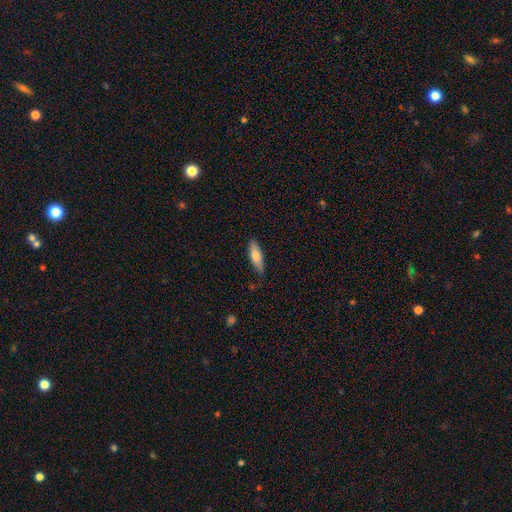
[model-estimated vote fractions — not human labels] Smooth or featured?
  - smooth: 72% *
  - featured or disk: 22%
  - star or artifact: 6%
How rounded?
  - cigar-shaped: 55% *
  - in between: 43%
  - round: 2%
Merging?
  - none: 78% *
  - minor disturbance: 18%
  - major disturbance: 3%
  - merger: 1%